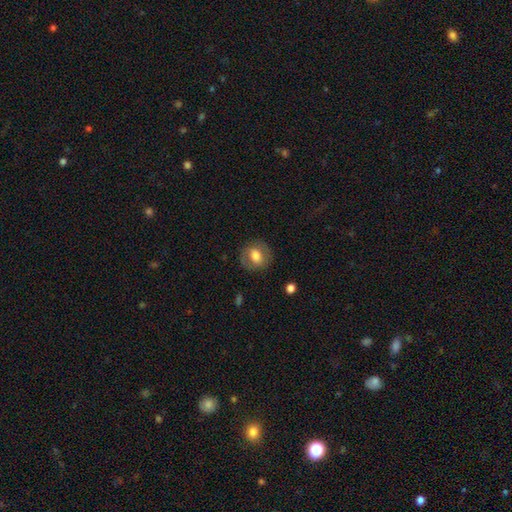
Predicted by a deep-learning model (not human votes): smooth 63%, featured or disk 30%, star or artifact 8%. Down the decision tree: how rounded — round (69%); merging — none (81%).